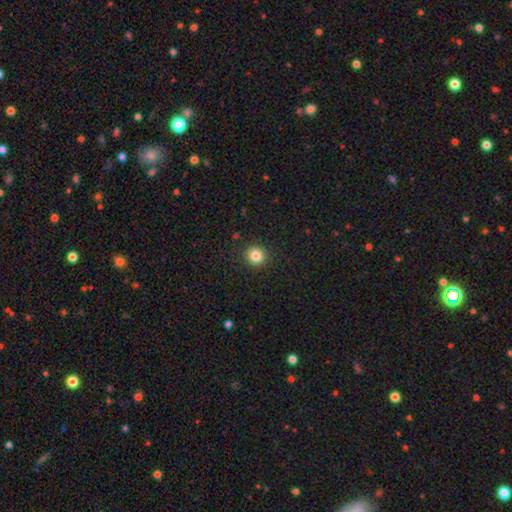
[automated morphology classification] type=smooth (83%); roundness=round (93%); merging=none (92%).